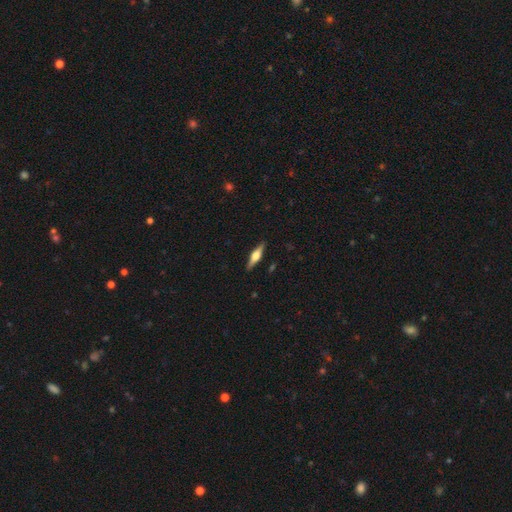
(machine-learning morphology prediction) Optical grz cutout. It shows a featured or disk galaxy (59%) viewed edge-on (96%) with a rounded central bulge (90%). Merging: none (90%).